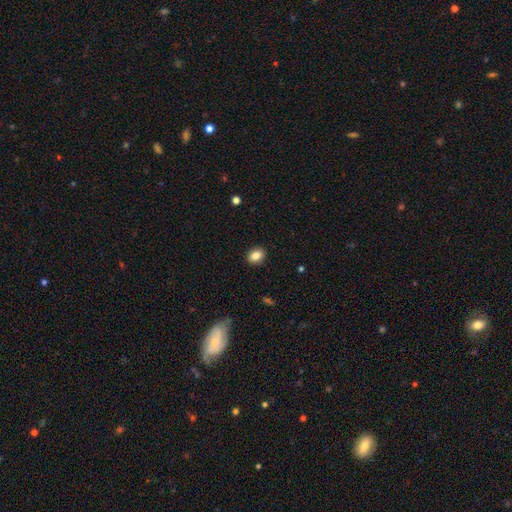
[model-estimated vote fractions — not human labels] A smooth galaxy with no disk features (85%) that is in between round and cigar-shaped (59%). Merging: none (90%).